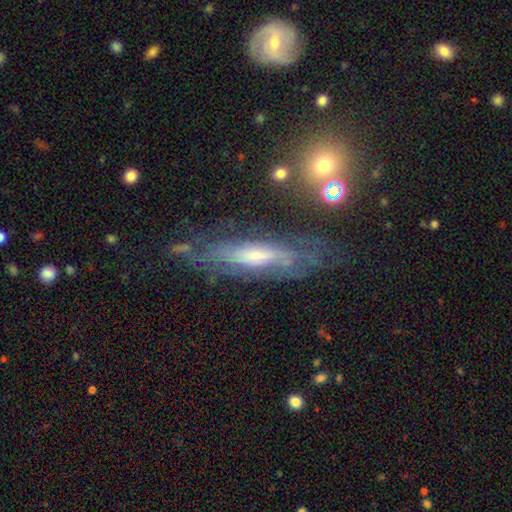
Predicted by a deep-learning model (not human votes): A featured or disk galaxy (69%).

Vote fractions:
- Smooth or featured? featured or disk: 69% / smooth: 22% / star or artifact: 9%
- Edge-on disk? no: 59% / yes: 41%
- Merging? none: 60% / minor disturbance: 22% / major disturbance: 14% / merger: 4%